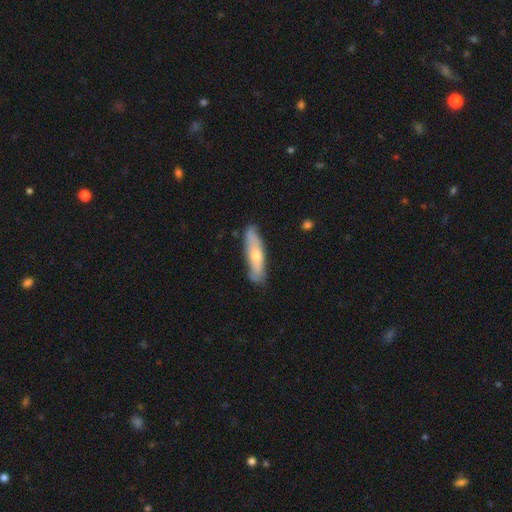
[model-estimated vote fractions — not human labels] Smooth or featured? smooth (52%)
How rounded? cigar-shaped (68%)
Merging? none (76%)